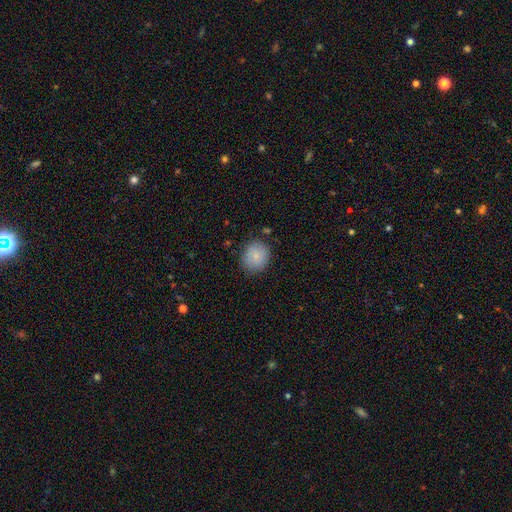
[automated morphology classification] Smooth or featured? Predicted: smooth (p=0.79). How rounded? Predicted: round (p=0.81). Merging? Predicted: none (p=0.83).